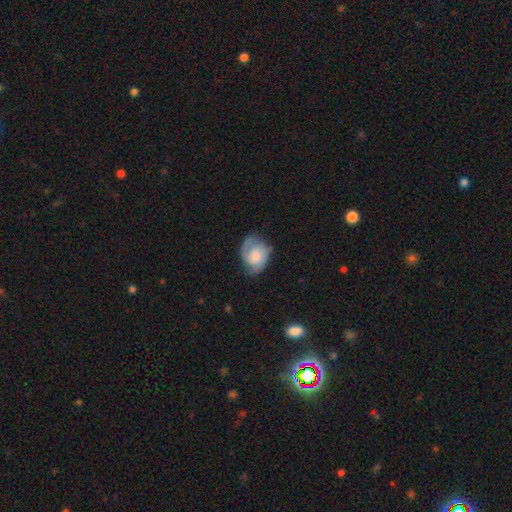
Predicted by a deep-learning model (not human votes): Overall: featured or disk (49%; smooth 44%). Merging: none (53%; minor disturbance 31%).